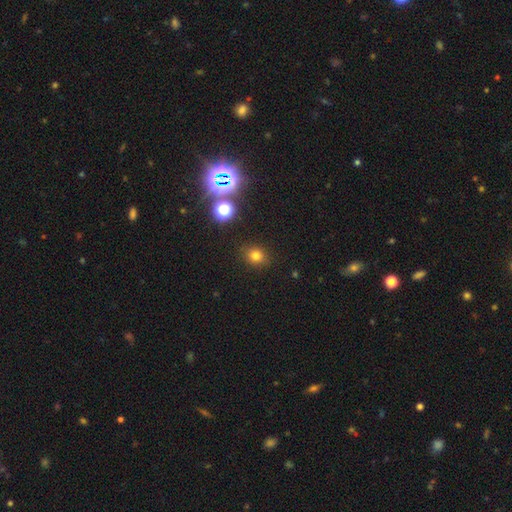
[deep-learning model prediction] Q: Smooth or featured?
A: smooth (74%); runner-up: star or artifact (19%)
Q: How rounded?
A: round (77%); runner-up: in between (22%)
Q: Merging?
A: none (87%); runner-up: minor disturbance (8%)